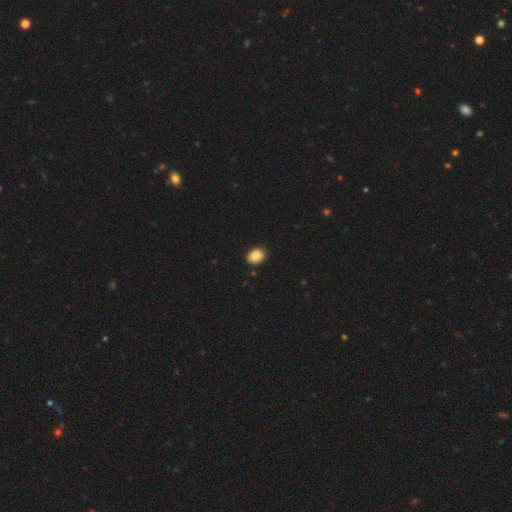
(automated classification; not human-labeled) smooth-or-featured: smooth: 87% | star or artifact: 8% | featured or disk: 4%
  how-rounded: in between: 57% | round: 42% | cigar-shaped: 1%
  merging: none: 87% | minor disturbance: 10% | major disturbance: 2% | merger: 1%